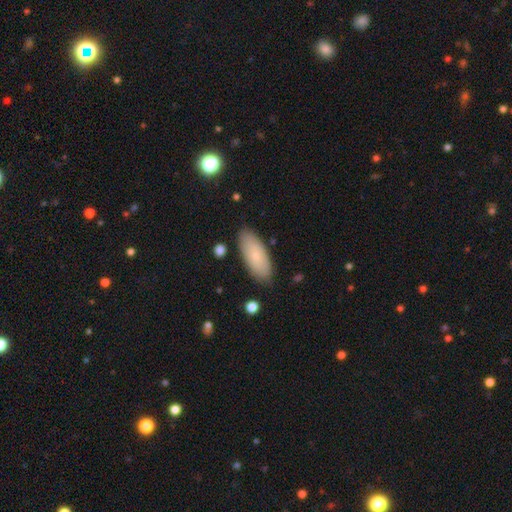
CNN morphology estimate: Smooth or featured? smooth (72%)
How rounded? in between (83%)
Merging? none (84%)